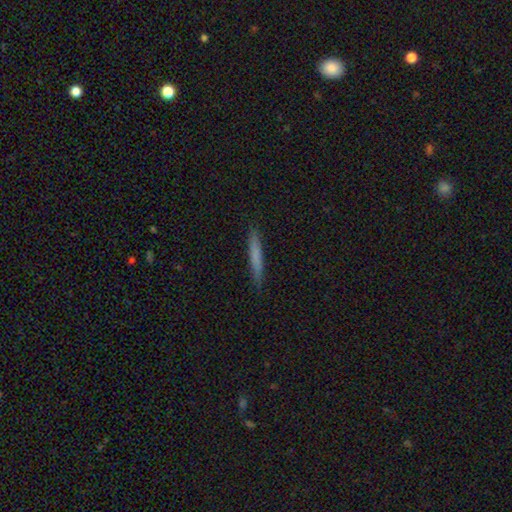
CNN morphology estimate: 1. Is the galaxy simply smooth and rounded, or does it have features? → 70% smooth, 23% featured or disk, 6% star or artifact.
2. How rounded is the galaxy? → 96% cigar-shaped, 3% in between, 1% round.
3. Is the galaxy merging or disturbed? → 89% none, 8% minor disturbance, 2% major disturbance, 1% merger.